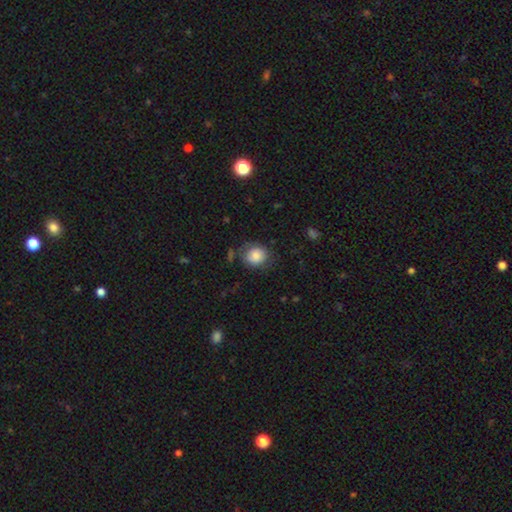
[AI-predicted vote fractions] Overall: smooth (82%). How rounded: round (77%). Merging: none (71%).